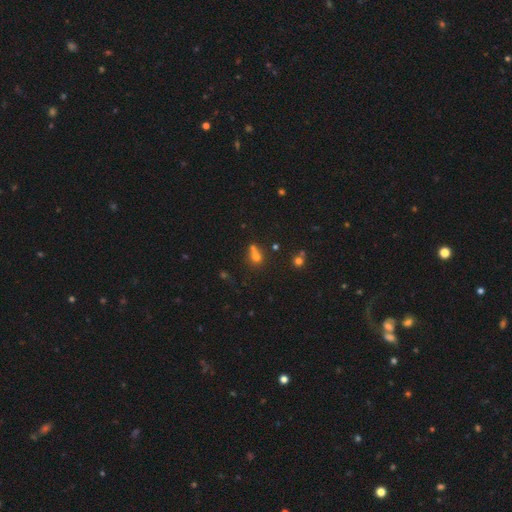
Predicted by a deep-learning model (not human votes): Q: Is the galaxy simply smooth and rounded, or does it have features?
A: smooth — 61%.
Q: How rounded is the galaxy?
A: round — 58%.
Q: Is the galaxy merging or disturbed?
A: none — 40%.